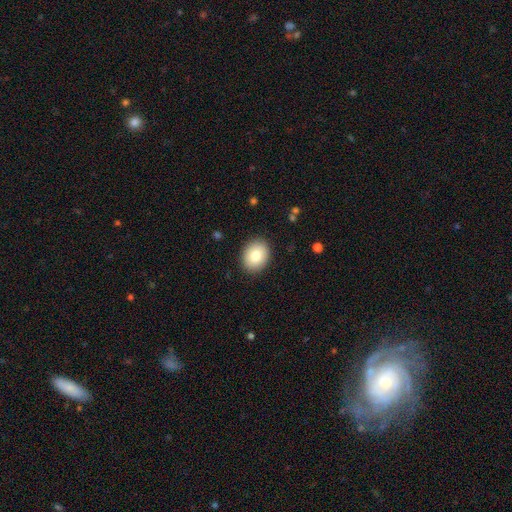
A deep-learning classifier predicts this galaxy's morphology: This is clearly a smooth galaxy (81%). How rounded: possibly in between (52%). Merging: clearly none (89%).